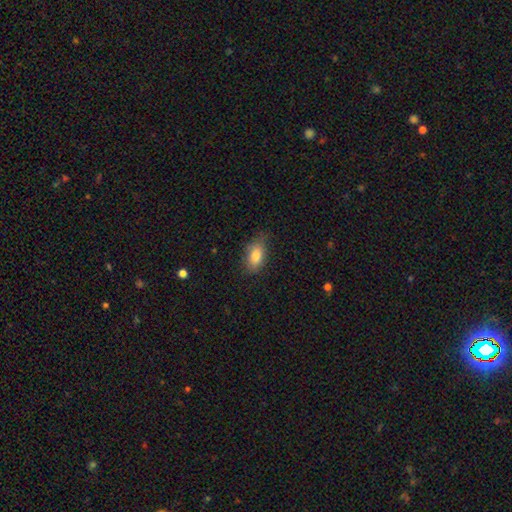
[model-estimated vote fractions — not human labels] Overall: smooth (83%). How rounded: in between (88%). Merging: none (69%).